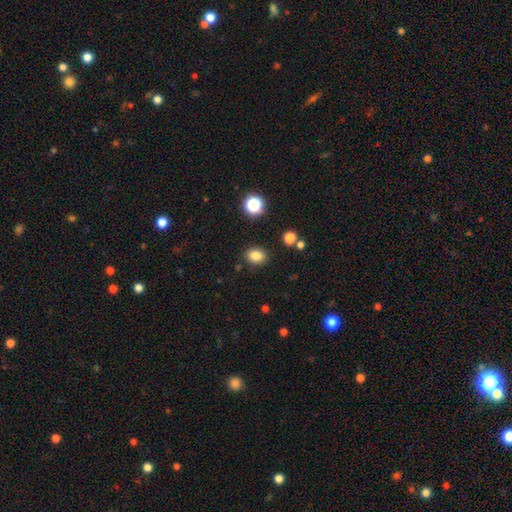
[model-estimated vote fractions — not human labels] Smooth or featured?
  - smooth: 83% *
  - star or artifact: 12%
  - featured or disk: 5%
How rounded?
  - in between: 64% *
  - round: 35%
  - cigar-shaped: 1%
Merging?
  - none: 86% *
  - minor disturbance: 9%
  - major disturbance: 3%
  - merger: 2%